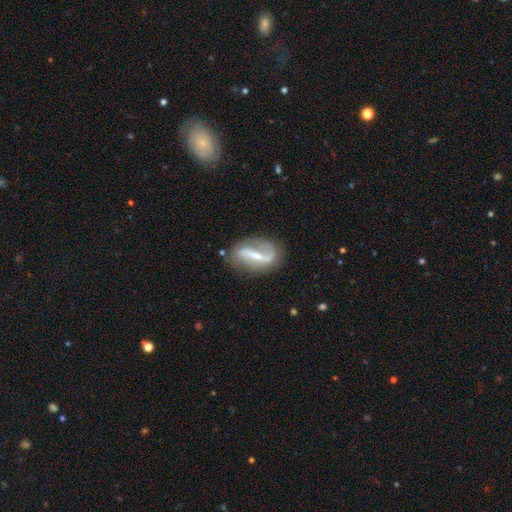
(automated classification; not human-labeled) smooth_or_featured: featured or disk (p=0.76) [alt: smooth p=0.17]
disk_edge_on: no (p=0.90) [alt: yes p=0.10]
bar: strong (p=0.65) [alt: weak p=0.25]
has_spiral_arms: yes (p=0.77) [alt: no p=0.23]
spiral_winding: loose (p=0.58) [alt: medium p=0.28]
spiral_arm_count: 2 (p=0.74) [alt: 1 p=0.15]
bulge_size: small (p=0.47) [alt: moderate p=0.37]
merging: none (p=0.70) [alt: minor disturbance p=0.18]